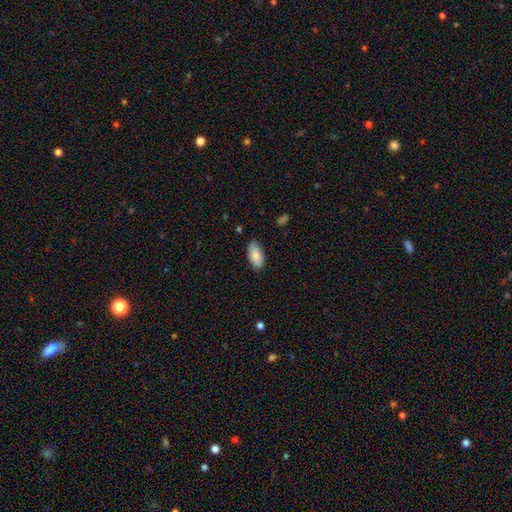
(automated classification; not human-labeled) Smooth or featured: smooth — 82% (featured or disk — 11%)
How rounded: in between — 91% (cigar-shaped — 7%)
Merging: none — 85% (minor disturbance — 12%)